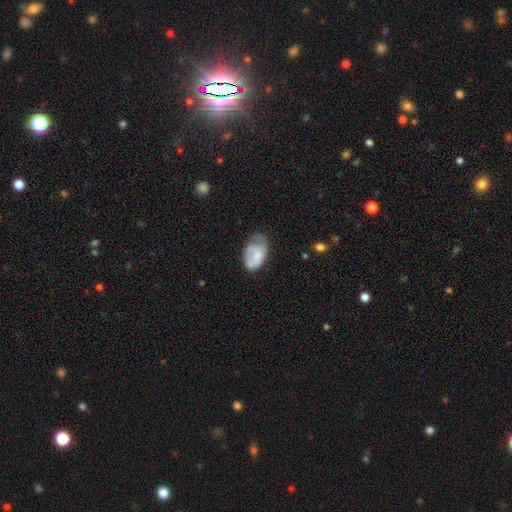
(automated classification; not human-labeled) The model was most divided on "merging": none: 42%, minor disturbance: 39%, major disturbance: 17%, merger: 2%. More confident: how rounded — in between (91%); smooth or featured — smooth (63%).